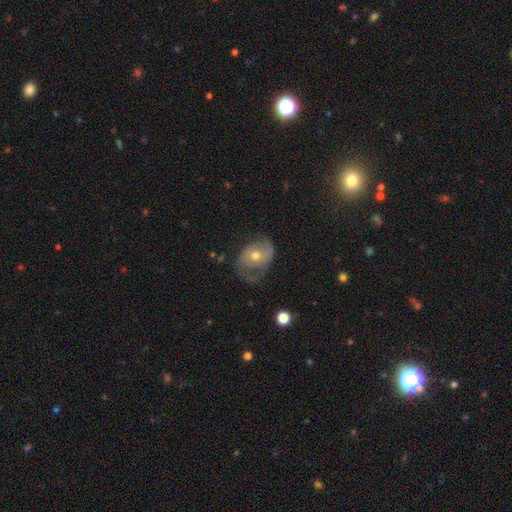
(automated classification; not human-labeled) Smooth or featured?
  - featured or disk: 66% *
  - smooth: 25%
  - star or artifact: 8%
Edge-on disk?
  - no: 96% *
  - yes: 4%
Bar?
  - no: 71% *
  - weak: 23%
  - strong: 6%
Spiral arms?
  - yes: 77% *
  - no: 23%
Bulge size?
  - moderate: 65% *
  - small: 29%
  - large: 3%
  - none: 1%
  - dominant: 1%
Merging?
  - none: 49% *
  - minor disturbance: 25%
  - major disturbance: 24%
  - merger: 2%